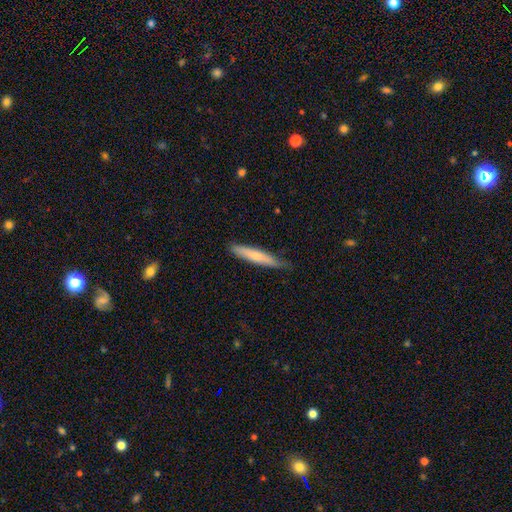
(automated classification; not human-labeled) This is likely a smooth galaxy (66%). How rounded: clearly cigar-shaped (92%). Merging: likely none (77%).